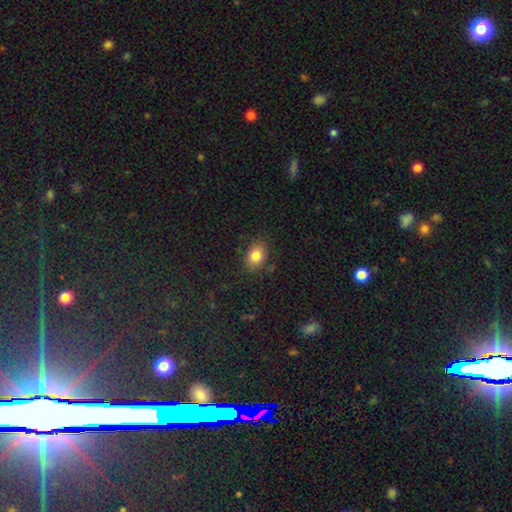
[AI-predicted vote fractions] Smooth or featured: smooth — 83% (star or artifact — 10%)
How rounded: in between — 75% (round — 24%)
Merging: none — 80% (minor disturbance — 14%)